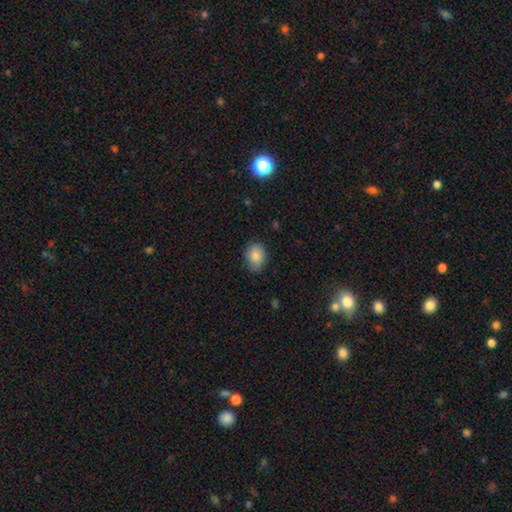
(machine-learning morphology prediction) Smooth or featured? smooth (87%)
How rounded? in between (64%)
Merging? none (79%)